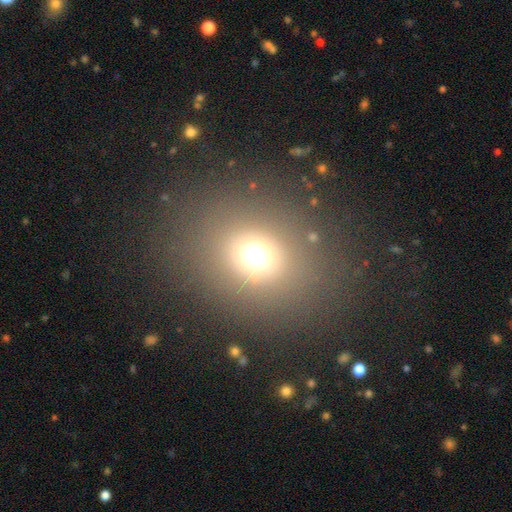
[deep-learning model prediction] A smooth galaxy with no disk features (67%) that is round (67%).

Vote fractions:
- Smooth or featured? smooth: 67% / star or artifact: 21% / featured or disk: 11%
- How rounded? round: 67% / in between: 32% / cigar-shaped: 1%
- Merging? none: 84% / minor disturbance: 8% / major disturbance: 6% / merger: 2%